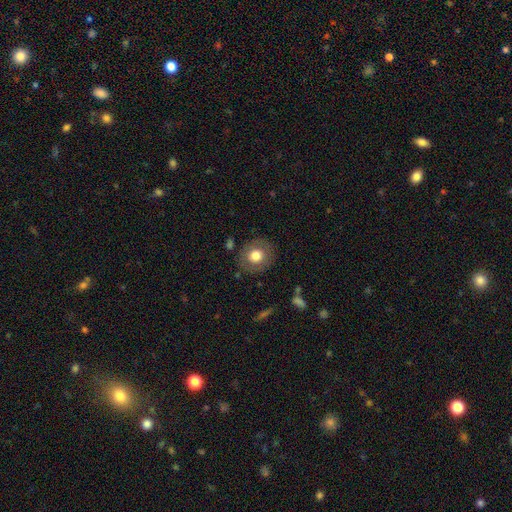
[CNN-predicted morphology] Smooth or featured? smooth (70%)
How rounded? round (81%)
Merging? none (84%)